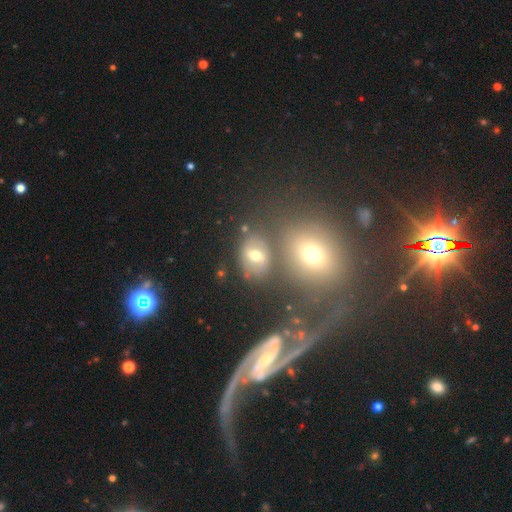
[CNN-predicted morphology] smooth 53%, featured or disk 32%, star or artifact 15%. Down the decision tree: how rounded — in between (60%); merging — none (66%).